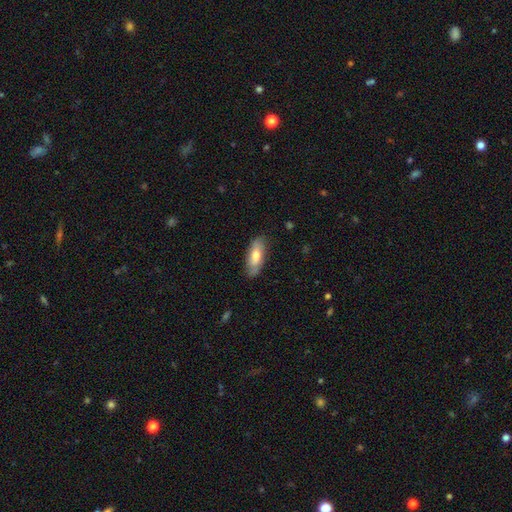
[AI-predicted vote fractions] Overall: smooth (70%). How rounded: in between (74%). Merging: none (77%).